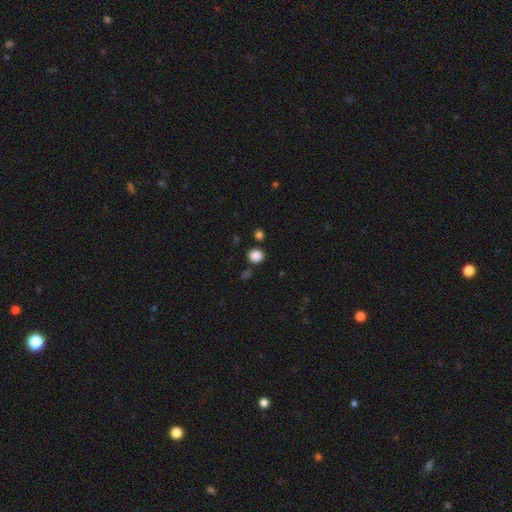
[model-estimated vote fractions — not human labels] Smooth or featured? smooth (86%)
How rounded? round (87%)
Merging? none (85%)